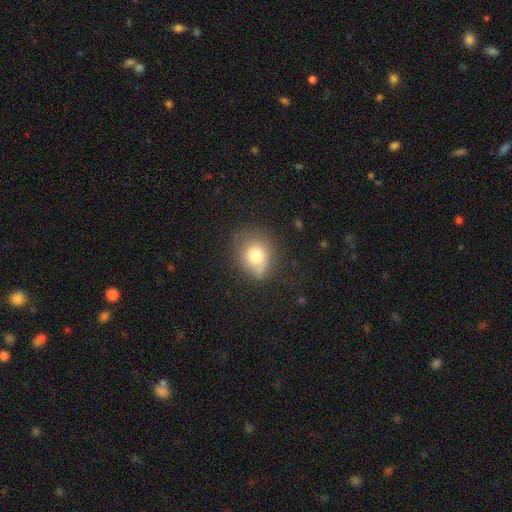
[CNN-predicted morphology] A smooth galaxy with no disk features (76%) that is round (65%). Merging: none (63%).